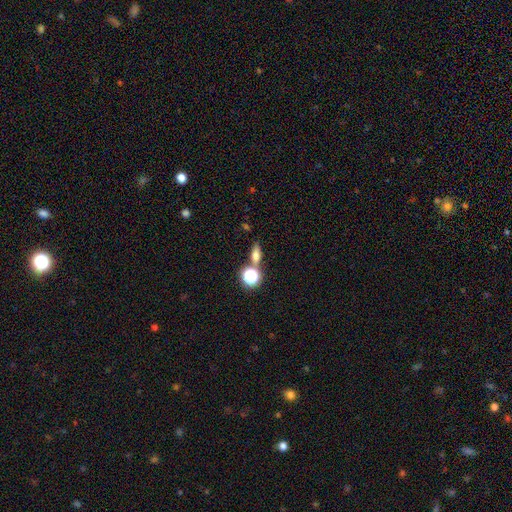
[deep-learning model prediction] This appears to be a smooth galaxy with no disk features (61%) that is in between round and cigar-shaped (47%). Merging: none (70%).